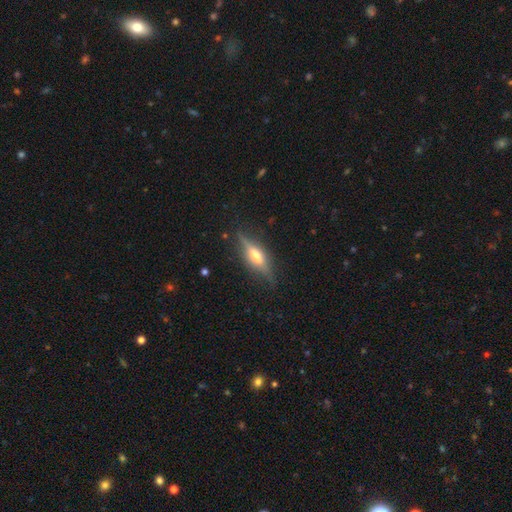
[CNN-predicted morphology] Smooth or featured?
  - featured or disk: 67% *
  - smooth: 26%
  - star or artifact: 8%
Edge-on disk?
  - yes: 93% *
  - no: 7%
Edge-on bulge?
  - rounded: 83% *
  - boxy: 12%
  - none: 5%
Merging?
  - none: 80% *
  - minor disturbance: 14%
  - major disturbance: 4%
  - merger: 1%